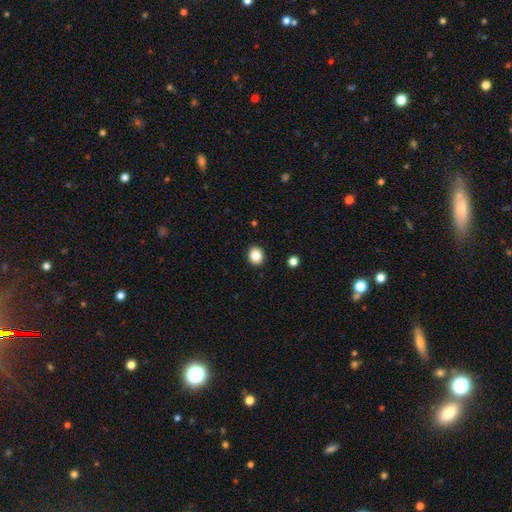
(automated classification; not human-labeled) Overall: smooth (86%). How rounded: round (74%). Merging: none (92%).